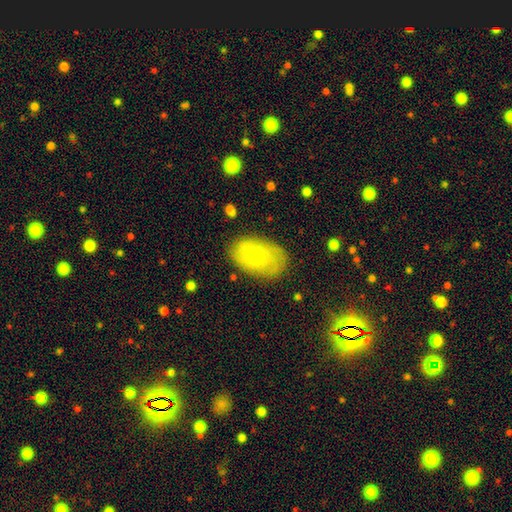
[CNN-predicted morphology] Smooth or featured? Predicted: smooth (p=0.63). How rounded? Predicted: in between (p=0.89). Merging? Predicted: none (p=0.77).